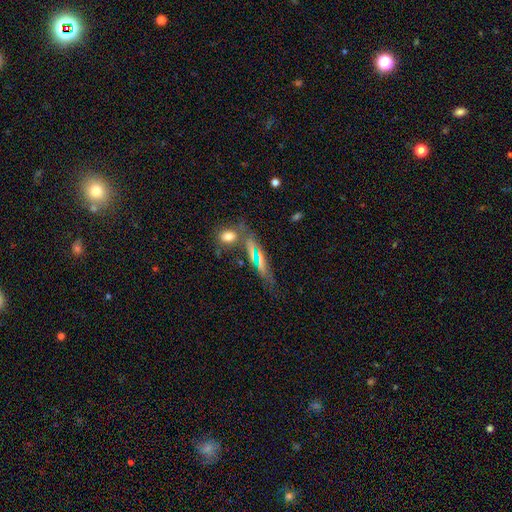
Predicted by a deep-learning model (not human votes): smooth-or-featured: featured or disk: 44% | smooth: 41% | star or artifact: 15%
  merging: none: 54% | minor disturbance: 19% | merger: 16% | major disturbance: 10%